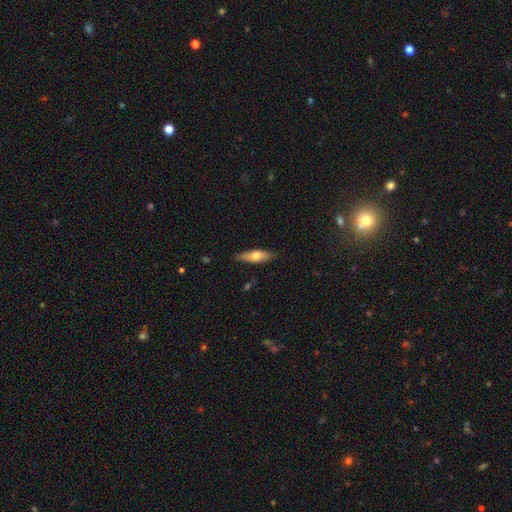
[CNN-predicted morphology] Overall: smooth (65%; featured or disk 29%). How rounded: in between (57%; cigar-shaped 40%). Merging: none (81%).